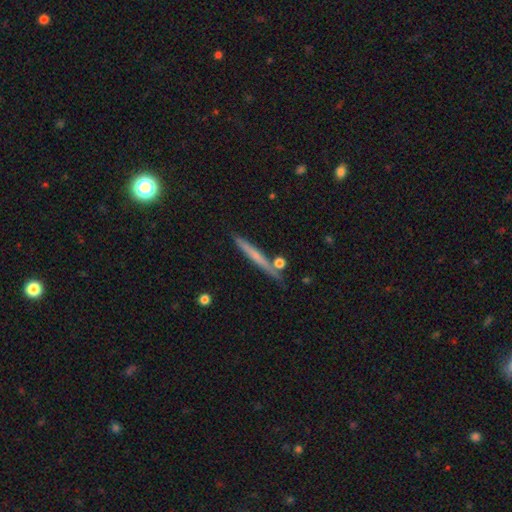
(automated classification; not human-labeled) A smooth galaxy with no disk features (47%). Merging: none (82%).